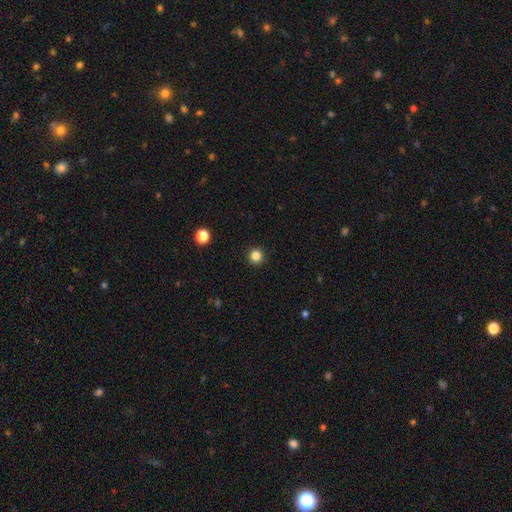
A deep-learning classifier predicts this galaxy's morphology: smooth_or_featured: smooth (p=0.84) [alt: star or artifact p=0.13]
how_rounded: round (p=0.96) [alt: in between p=0.03]
merging: none (p=0.93) [alt: minor disturbance p=0.04]